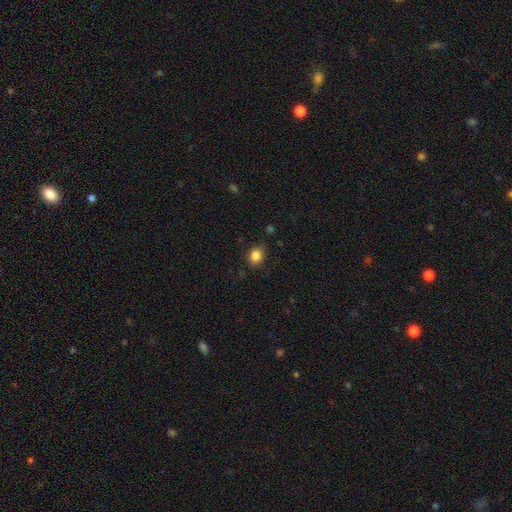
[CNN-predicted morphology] Smooth or featured?
  - smooth: 85% *
  - star or artifact: 10%
  - featured or disk: 5%
How rounded?
  - round: 62% *
  - in between: 37%
  - cigar-shaped: 1%
Merging?
  - none: 85% *
  - minor disturbance: 11%
  - major disturbance: 3%
  - merger: 1%